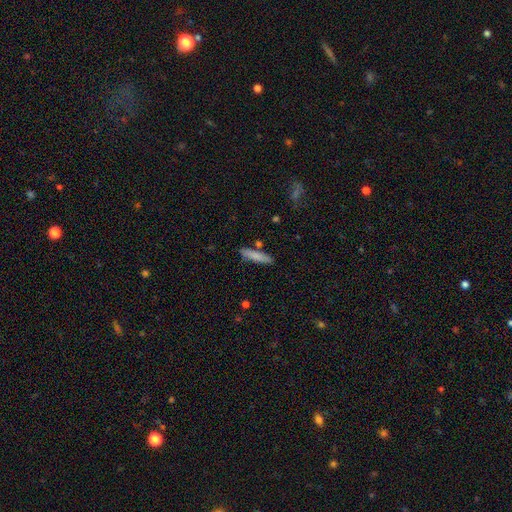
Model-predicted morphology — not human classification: Smooth or featured: smooth — 80% (featured or disk — 14%)
How rounded: cigar-shaped — 84% (in between — 15%)
Merging: none — 82% (minor disturbance — 11%)